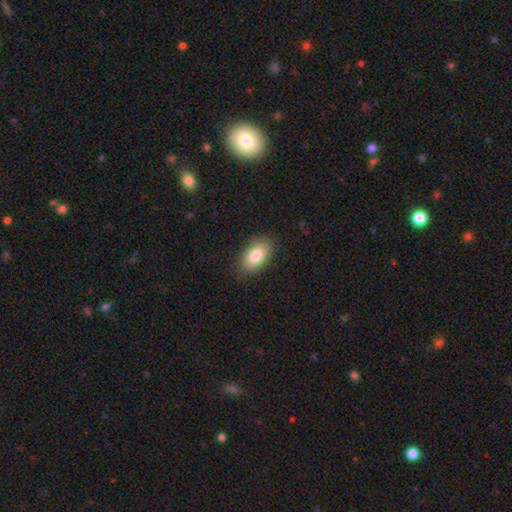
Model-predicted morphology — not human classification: This appears to be a smooth galaxy with no disk features (83%) that is in between round and cigar-shaped (92%). Merging: none (82%).